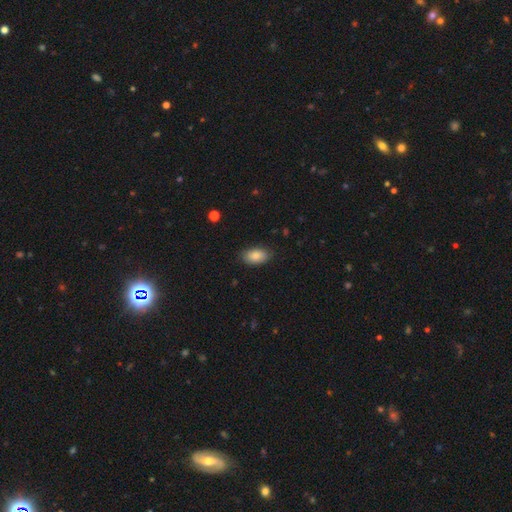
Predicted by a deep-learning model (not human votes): Smooth or featured: smooth — 86% (star or artifact — 7%)
How rounded: in between — 93% (round — 5%)
Merging: none — 84% (minor disturbance — 12%)